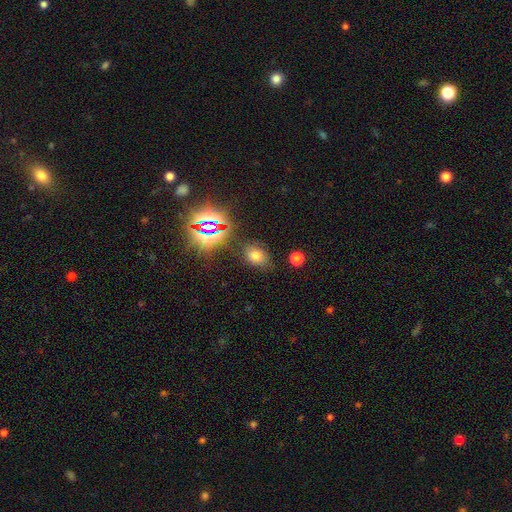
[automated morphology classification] This appears to be a smooth galaxy with no disk features (64%) that is in between round and cigar-shaped (67%). Merging: none (76%).